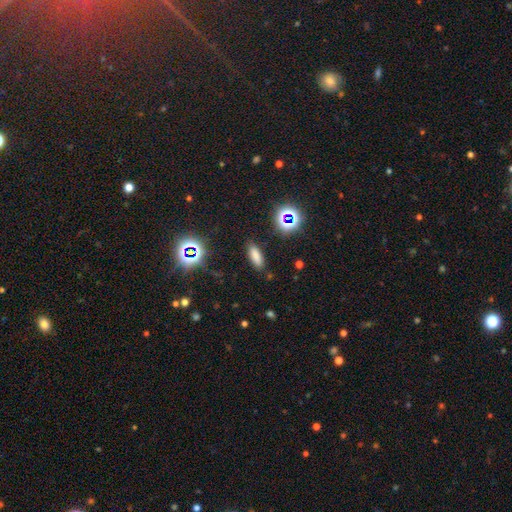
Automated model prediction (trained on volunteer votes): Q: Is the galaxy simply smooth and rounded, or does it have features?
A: smooth — 73%.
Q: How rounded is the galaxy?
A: in between — 65%.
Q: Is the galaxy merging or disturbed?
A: none — 86%.